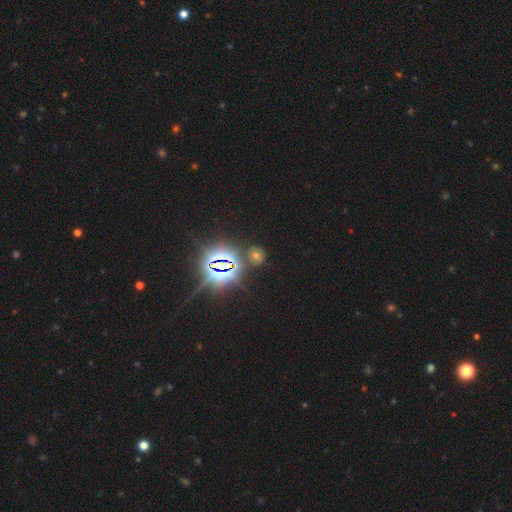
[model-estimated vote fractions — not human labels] A star or artifact, not a galaxy (59%).